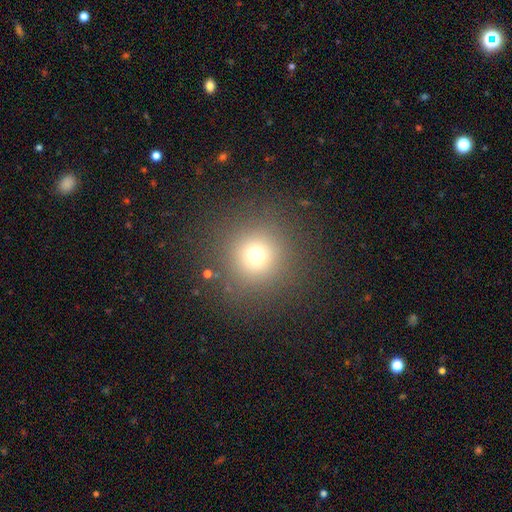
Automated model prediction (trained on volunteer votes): This appears to be a smooth galaxy with no disk features (69%) that is round (95%). Merging: none (87%).